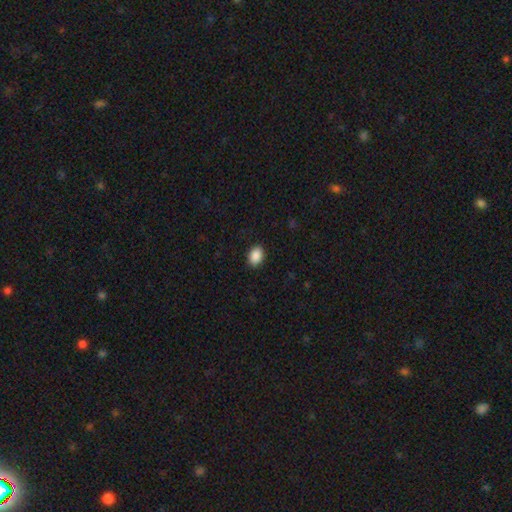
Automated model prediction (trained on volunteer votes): A smooth galaxy with no disk features (90%) that is in between round and cigar-shaped (79%). Merging: none (90%).